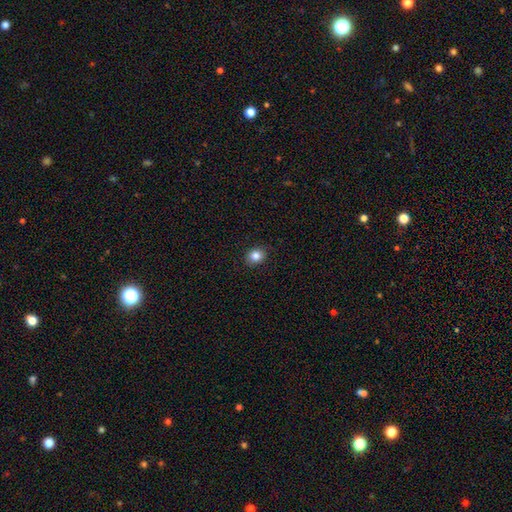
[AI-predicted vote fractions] Smooth or featured? Predicted: smooth (p=0.84). How rounded? Predicted: round (p=0.58). Merging? Predicted: none (p=0.89).